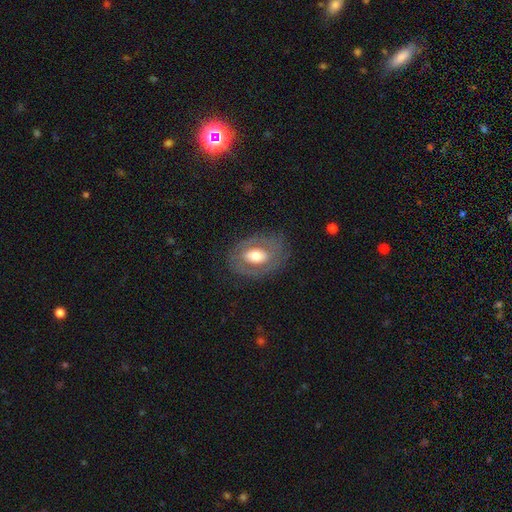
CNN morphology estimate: smooth_or_featured: featured or disk (p=0.54) [alt: smooth p=0.40]
disk_edge_on: no (p=0.92) [alt: yes p=0.08]
merging: none (p=0.76) [alt: minor disturbance p=0.15]